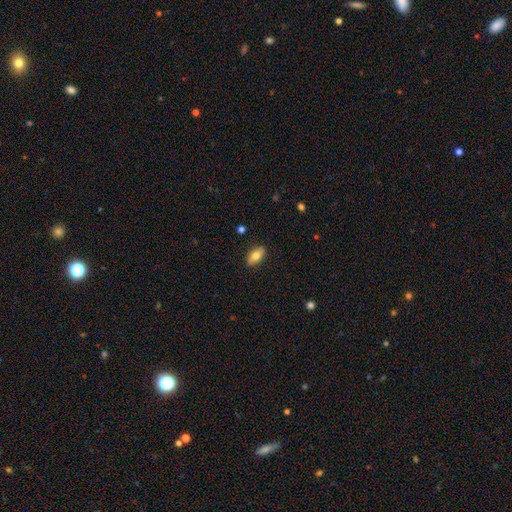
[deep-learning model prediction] Morphology: type=smooth (77%); roundness=in between (89%); merging=none (88%).